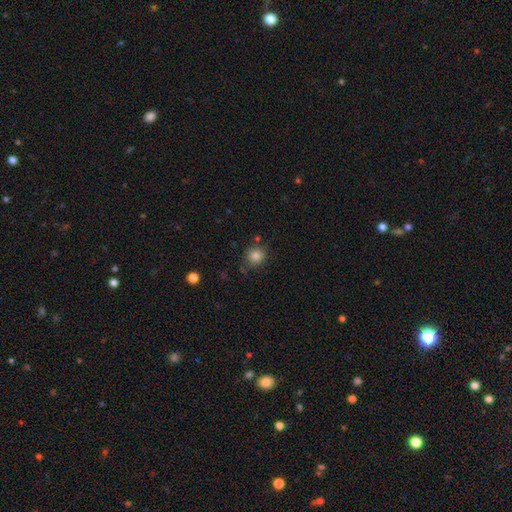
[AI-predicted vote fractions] A smooth galaxy with no disk features (82%) that is round (88%).

Vote fractions:
- Smooth or featured? smooth: 82% / star or artifact: 11% / featured or disk: 6%
- How rounded? round: 88% / in between: 12% / cigar-shaped: 1%
- Merging? none: 79% / minor disturbance: 13% / merger: 5% / major disturbance: 4%